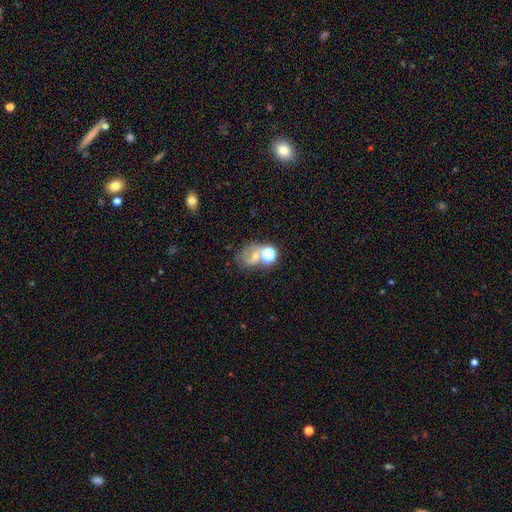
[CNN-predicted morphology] smooth 39%, star or artifact 35%, featured or disk 27%. Down the decision tree: merging — none (49%).